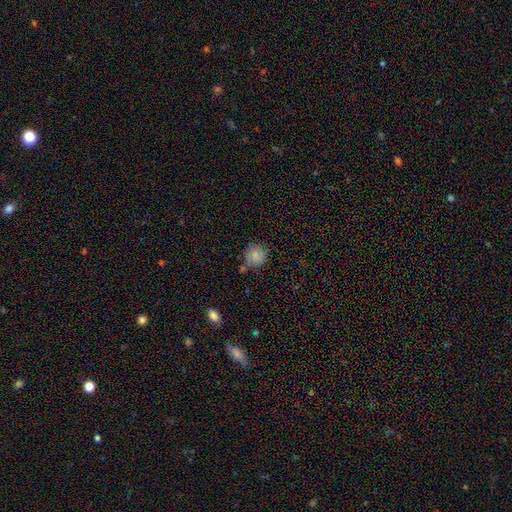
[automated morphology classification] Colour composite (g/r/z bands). It shows a smooth galaxy with no disk features (76%) that is round (82%). Merging: none (64%).